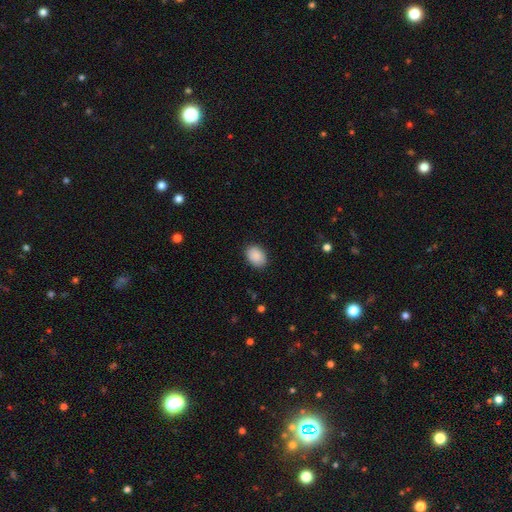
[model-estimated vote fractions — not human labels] Smooth or featured: smooth — 90% (star or artifact — 7%)
How rounded: in between — 78% (round — 21%)
Merging: none — 87% (minor disturbance — 10%)